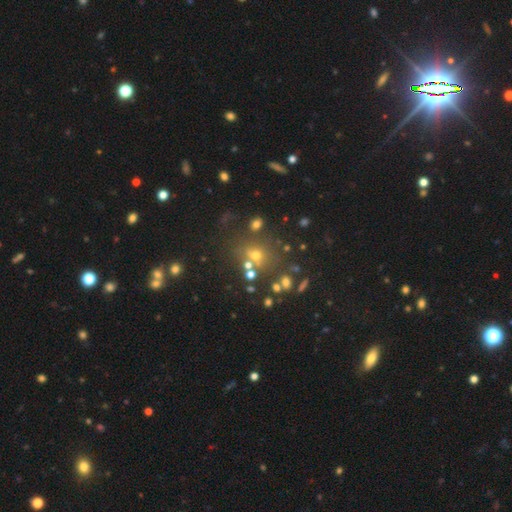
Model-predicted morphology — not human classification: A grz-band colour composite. It shows a smooth galaxy with no disk features (51%) that is round (72%). Merging: none (64%).